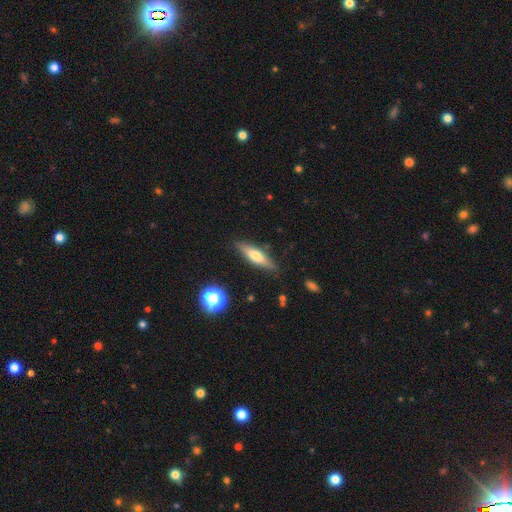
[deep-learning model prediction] smooth 50%, featured or disk 42%, star or artifact 8%. Down the decision tree: how rounded — cigar-shaped (70%); merging — none (84%).